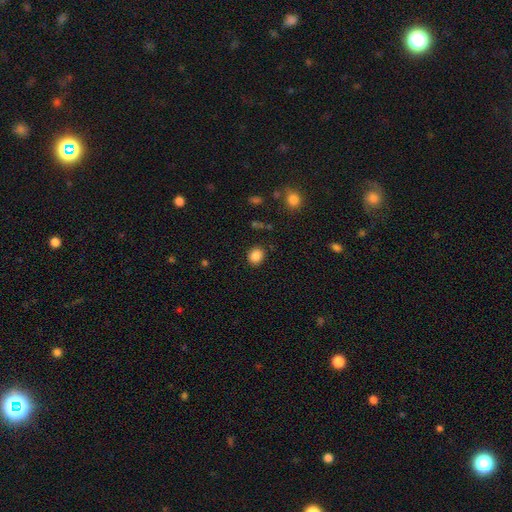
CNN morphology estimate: type=smooth (86%); roundness=round (69%); merging=none (87%).